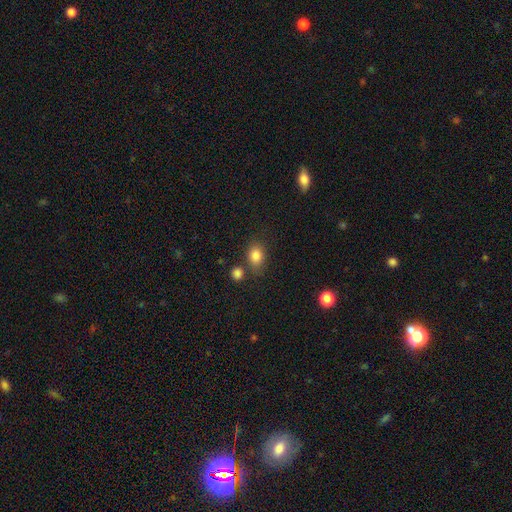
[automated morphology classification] Smooth or featured? smooth (84%)
How rounded? in between (63%)
Merging? none (67%)